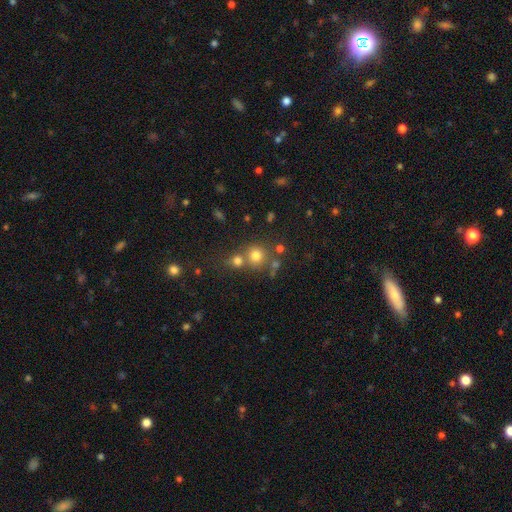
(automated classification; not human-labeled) Smooth or featured?
  - smooth: 73% *
  - star or artifact: 17%
  - featured or disk: 10%
How rounded?
  - round: 88% *
  - in between: 11%
  - cigar-shaped: 1%
Merging?
  - none: 56% *
  - merger: 31%
  - minor disturbance: 9%
  - major disturbance: 4%